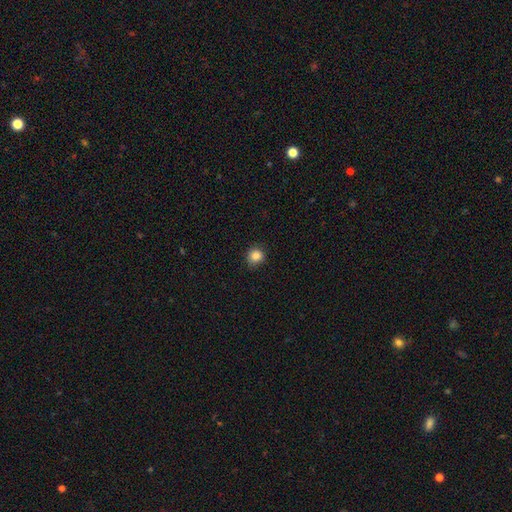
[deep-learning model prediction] Overall: smooth (86%). How rounded: round (89%). Merging: none (84%).